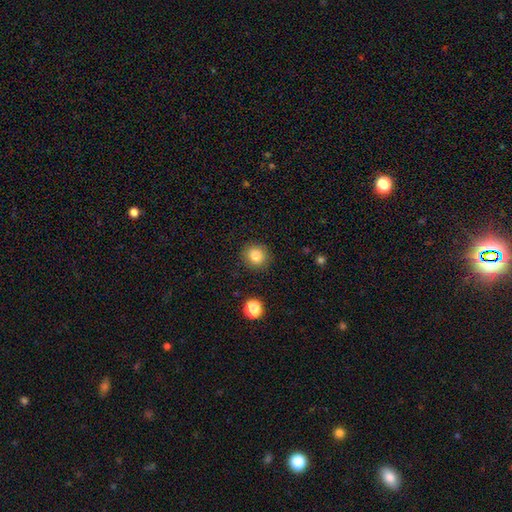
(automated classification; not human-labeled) smooth_or_featured: smooth (p=0.85) [alt: star or artifact p=0.10]
how_rounded: round (p=0.87) [alt: in between p=0.12]
merging: none (p=0.89) [alt: minor disturbance p=0.07]